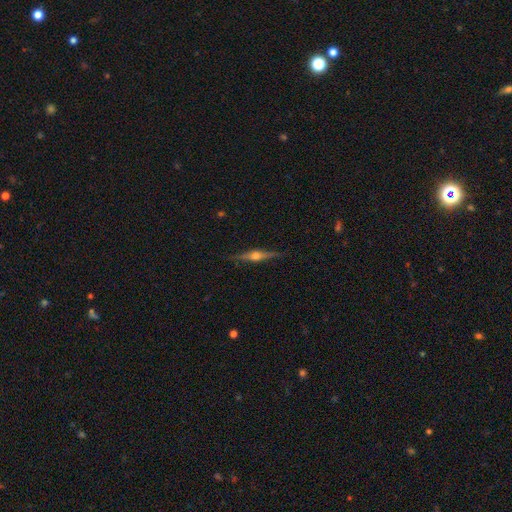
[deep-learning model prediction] Smooth or featured: featured or disk — 80% (smooth — 14%)
Edge-on disk: yes — 98% (no — 2%)
Edge-on bulge: rounded — 92% (boxy — 6%)
Merging: none — 89% (minor disturbance — 8%)